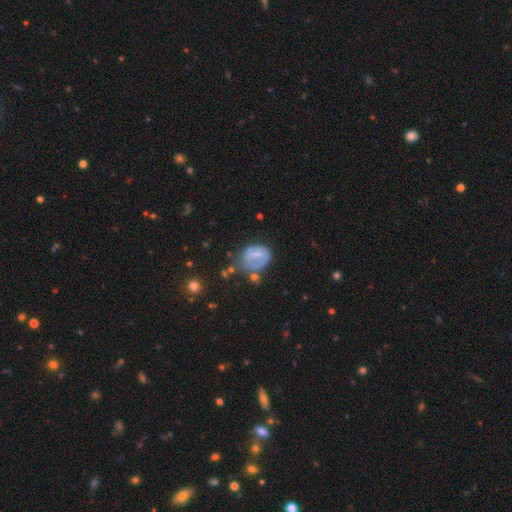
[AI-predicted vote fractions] Q: Smooth or featured?
A: smooth (53%); runner-up: featured or disk (37%)
Q: How rounded?
A: in between (54%); runner-up: round (45%)
Q: Merging?
A: none (35%); runner-up: minor disturbance (29%)